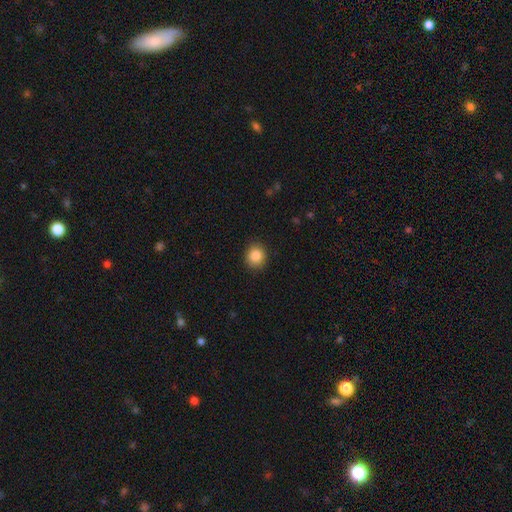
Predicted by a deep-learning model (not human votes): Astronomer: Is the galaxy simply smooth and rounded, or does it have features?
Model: smooth — 86%.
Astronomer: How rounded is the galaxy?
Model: round — 82%.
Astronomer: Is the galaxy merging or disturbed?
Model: none — 90%.